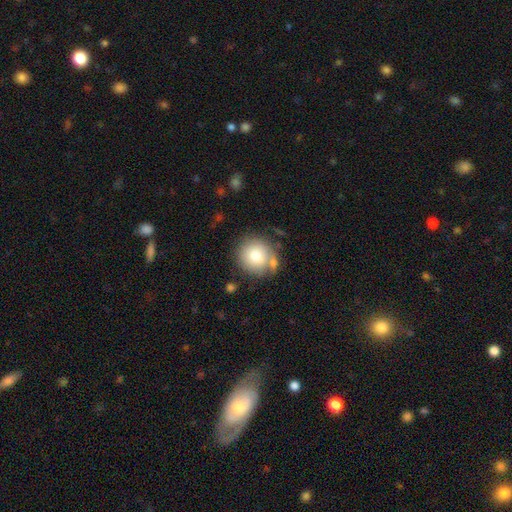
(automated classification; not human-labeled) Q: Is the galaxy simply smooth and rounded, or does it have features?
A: smooth — 78%.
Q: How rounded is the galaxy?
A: round — 91%.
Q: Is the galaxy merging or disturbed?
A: none — 70%.